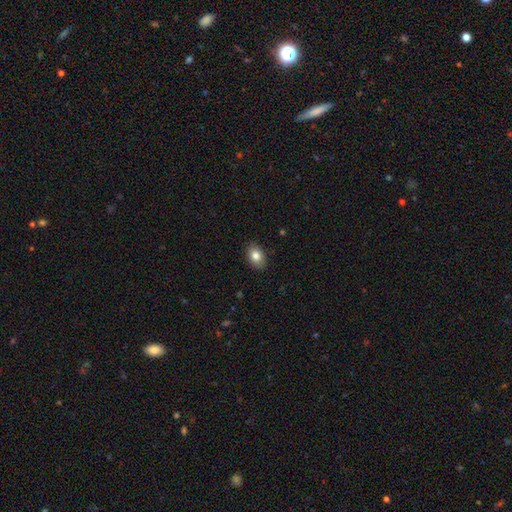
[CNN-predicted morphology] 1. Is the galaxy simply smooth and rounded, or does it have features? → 83% smooth, 9% featured or disk, 8% star or artifact.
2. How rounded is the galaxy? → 80% in between, 19% round, 1% cigar-shaped.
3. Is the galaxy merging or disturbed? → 88% none, 9% minor disturbance, 2% major disturbance, 1% merger.